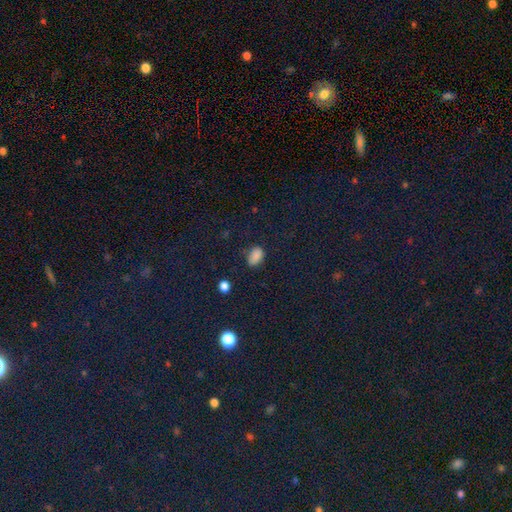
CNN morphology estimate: A smooth galaxy with no disk features (82%) that is in between round and cigar-shaped (87%).

Vote fractions:
- Smooth or featured? smooth: 82% / star or artifact: 14% / featured or disk: 4%
- How rounded? in between: 87% / round: 11% / cigar-shaped: 2%
- Merging? none: 76% / minor disturbance: 17% / major disturbance: 5% / merger: 2%